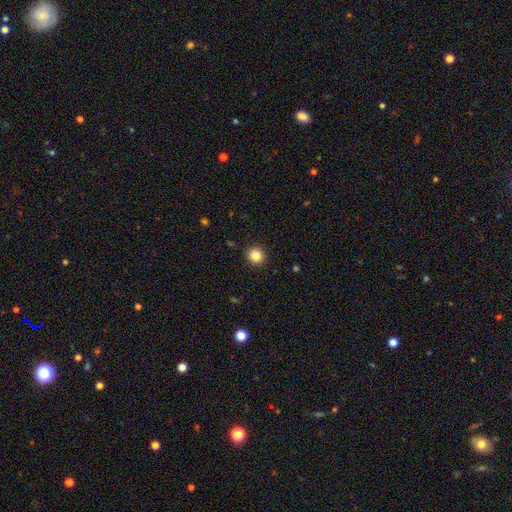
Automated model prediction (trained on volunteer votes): smooth 85%, star or artifact 11%, featured or disk 4%. Down the decision tree: how rounded — round (94%); merging — none (92%).